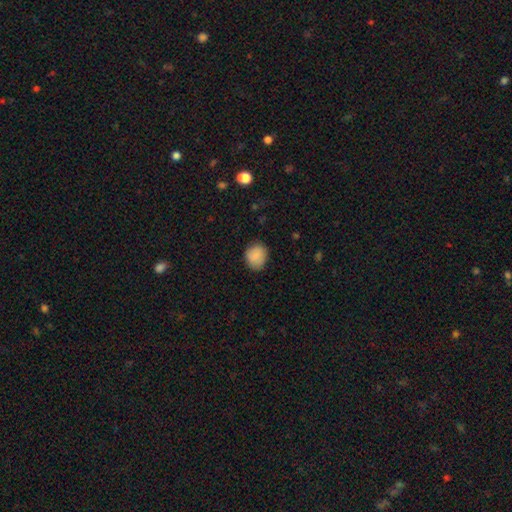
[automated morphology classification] smooth_or_featured: smooth (p=0.88) [alt: star or artifact p=0.08]
how_rounded: round (p=0.68) [alt: in between p=0.31]
merging: none (p=0.81) [alt: minor disturbance p=0.14]